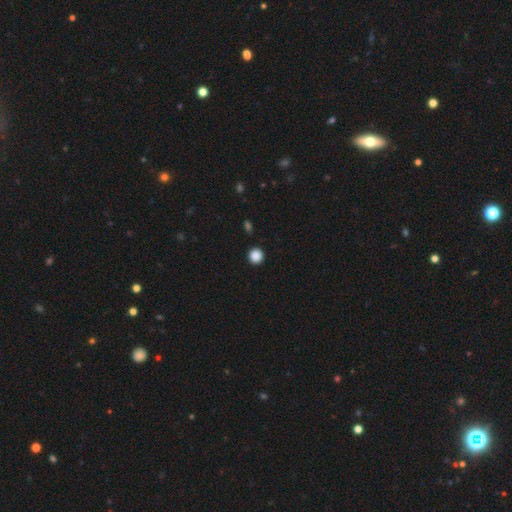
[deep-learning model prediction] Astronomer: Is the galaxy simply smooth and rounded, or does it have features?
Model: smooth — 88%.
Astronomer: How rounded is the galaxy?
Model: round — 93%.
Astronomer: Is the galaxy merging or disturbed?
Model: none — 92%.